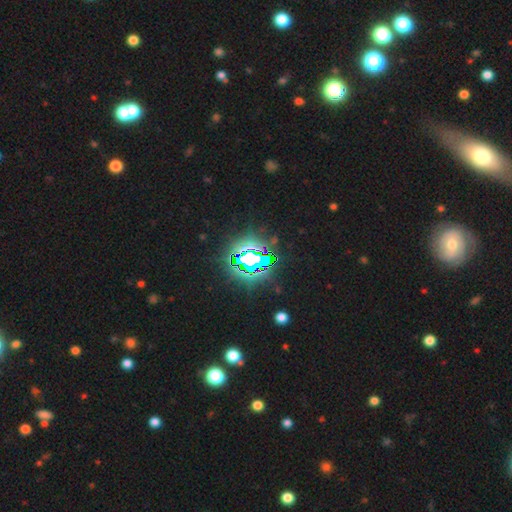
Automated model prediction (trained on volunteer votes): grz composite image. It shows a star or artifact, not a galaxy (83%).